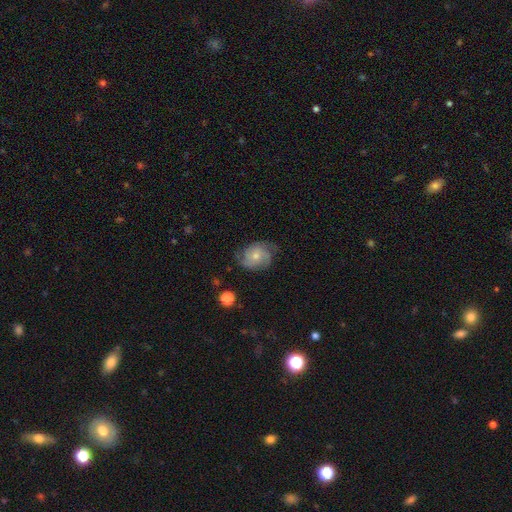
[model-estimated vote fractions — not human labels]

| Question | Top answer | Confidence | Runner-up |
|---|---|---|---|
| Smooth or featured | featured or disk | 68% | smooth (25%) |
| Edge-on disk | no | 98% | yes (2%) |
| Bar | no | 74% | weak (23%) |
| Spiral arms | yes | 92% | no (8%) |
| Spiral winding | medium | 46% | tight (36%) |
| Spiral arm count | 3 | 37% | 2 (26%) |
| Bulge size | small | 51% | moderate (42%) |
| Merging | none | 67% | minor disturbance (23%) |